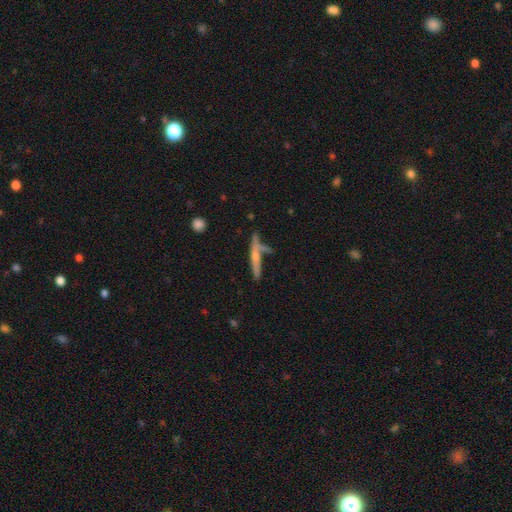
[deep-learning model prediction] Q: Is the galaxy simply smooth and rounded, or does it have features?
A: featured or disk — 49%.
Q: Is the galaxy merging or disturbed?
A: none — 56%.